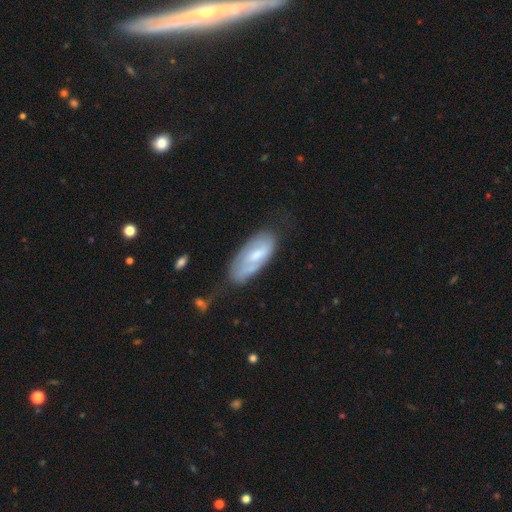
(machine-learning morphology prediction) smooth-or-featured: featured or disk: 53% | smooth: 40% | star or artifact: 6%
  disk-edge-on: no: 87% | yes: 13%
  merging: none: 56% | minor disturbance: 29% | major disturbance: 12% | merger: 4%